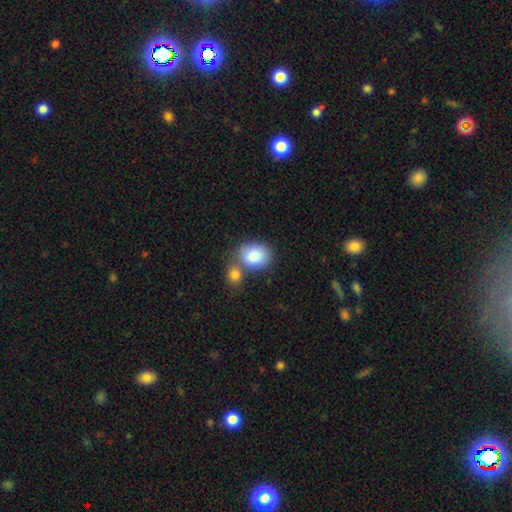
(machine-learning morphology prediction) Smooth or featured? Predicted: smooth (p=0.86). How rounded? Predicted: in between (p=0.58). Merging? Predicted: none (p=0.45).